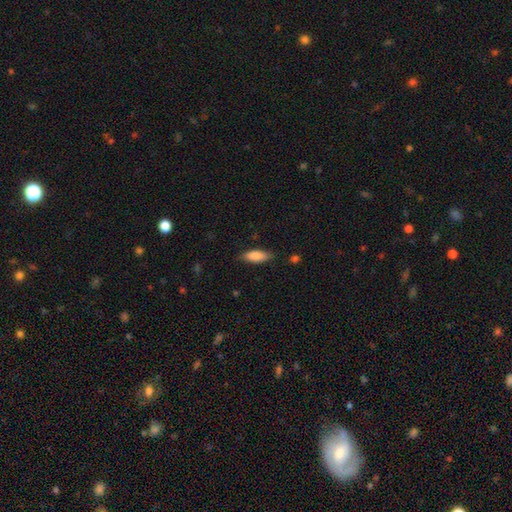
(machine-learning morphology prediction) Q: Smooth or featured?
A: smooth (83%); runner-up: featured or disk (10%)
Q: How rounded?
A: in between (73%); runner-up: cigar-shaped (25%)
Q: Merging?
A: none (79%); runner-up: minor disturbance (16%)